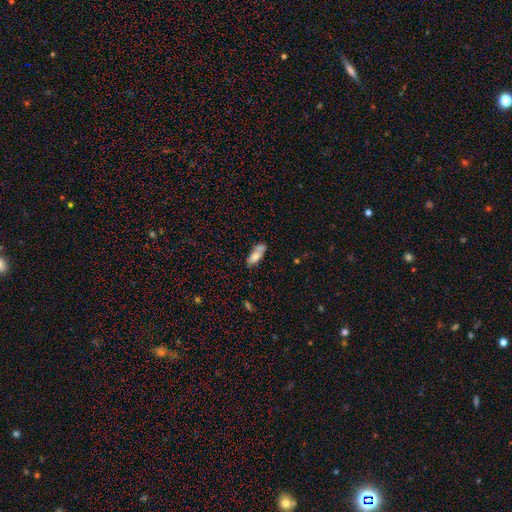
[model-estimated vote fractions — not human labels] A smooth galaxy with no disk features (76%) that is in between round and cigar-shaped (74%).

Vote fractions:
- Smooth or featured? smooth: 76% / featured or disk: 16% / star or artifact: 8%
- How rounded? in between: 74% / cigar-shaped: 23% / round: 3%
- Merging? none: 49% / minor disturbance: 24% / merger: 18% / major disturbance: 8%